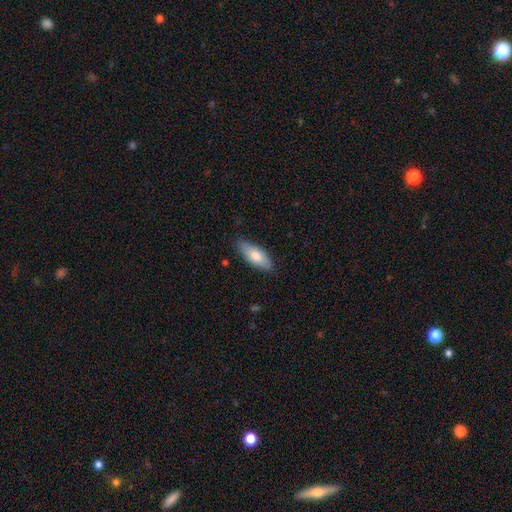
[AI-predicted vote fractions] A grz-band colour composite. It shows a smooth galaxy with no disk features (74%) that is in between round and cigar-shaped (76%). Merging: none (84%).